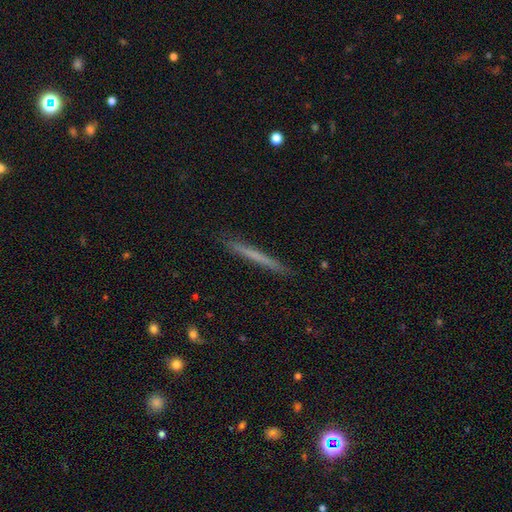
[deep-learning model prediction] Smooth or featured?
  - smooth: 57% *
  - featured or disk: 37%
  - star or artifact: 6%
How rounded?
  - cigar-shaped: 97% *
  - in between: 2%
  - round: 1%
Merging?
  - none: 90% *
  - minor disturbance: 8%
  - major disturbance: 1%
  - merger: 1%